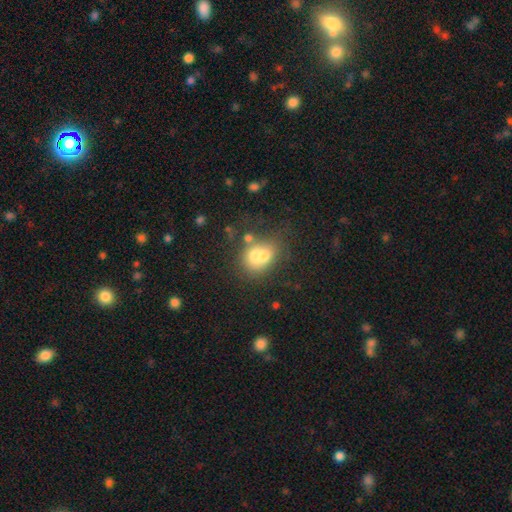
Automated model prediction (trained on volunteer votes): Q: Smooth or featured?
A: smooth (62%); runner-up: featured or disk (25%)
Q: How rounded?
A: round (61%); runner-up: in between (38%)
Q: Merging?
A: merger (57%); runner-up: none (29%)